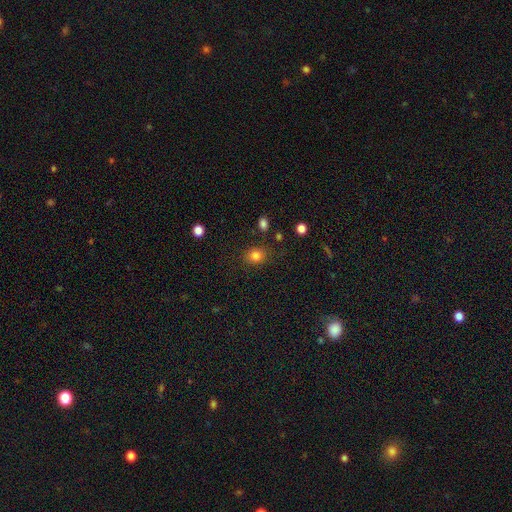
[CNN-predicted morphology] Smooth or featured: smooth — 82% (star or artifact — 12%)
How rounded: round — 63% (in between — 37%)
Merging: none — 82% (minor disturbance — 11%)